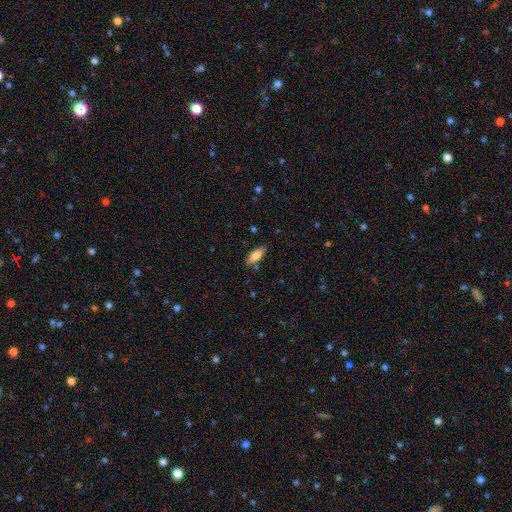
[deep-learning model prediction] Smooth or featured? smooth (81%)
How rounded? in between (70%)
Merging? none (84%)